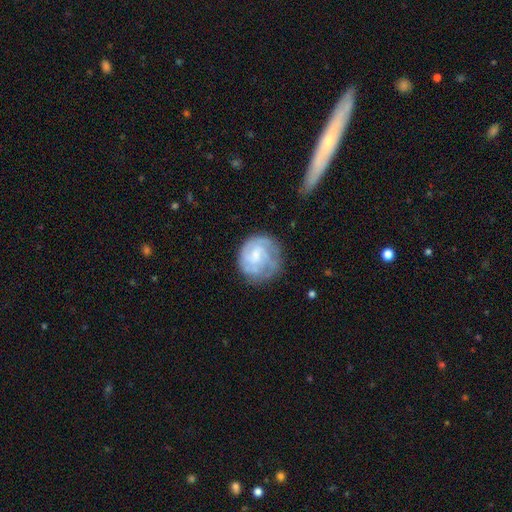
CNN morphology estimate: Q: Smooth or featured?
A: featured or disk (66%); runner-up: smooth (28%)
Q: Edge-on disk?
A: no (98%); runner-up: yes (2%)
Q: Bar?
A: no (57%); runner-up: weak (37%)
Q: Spiral arms?
A: yes (81%); runner-up: no (19%)
Q: Spiral winding?
A: tight (59%); runner-up: medium (30%)
Q: Spiral arm count?
A: can't tell (45%); runner-up: 3 (20%)
Q: Bulge size?
A: small (40%); runner-up: none (27%)
Q: Merging?
A: none (63%); runner-up: minor disturbance (23%)